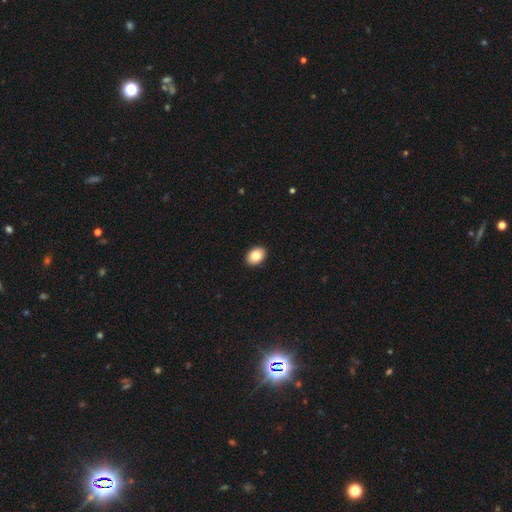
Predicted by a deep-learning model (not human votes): Smooth or featured? Predicted: smooth (p=0.83). How rounded? Predicted: in between (p=0.75). Merging? Predicted: none (p=0.92).